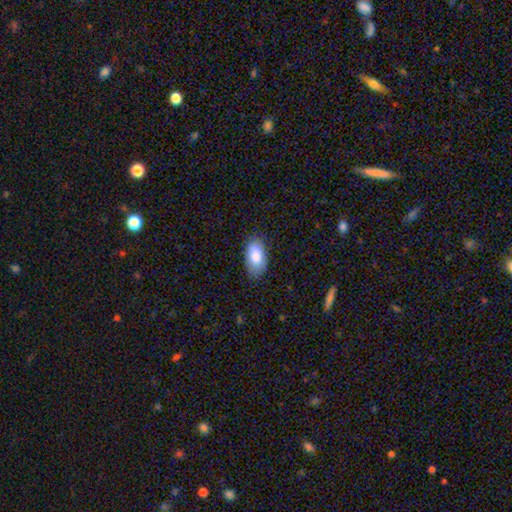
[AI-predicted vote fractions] This is clearly a smooth galaxy (86%). How rounded: clearly in between (94%). Merging: likely none (77%).